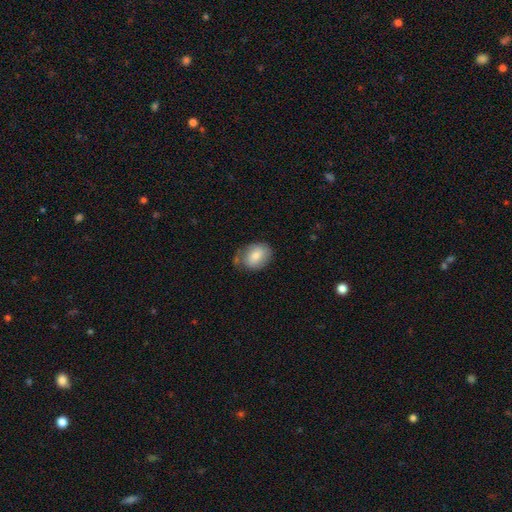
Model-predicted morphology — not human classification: smooth 74%, featured or disk 19%, star or artifact 7%. Down the decision tree: how rounded — in between (67%); merging — none (55%).